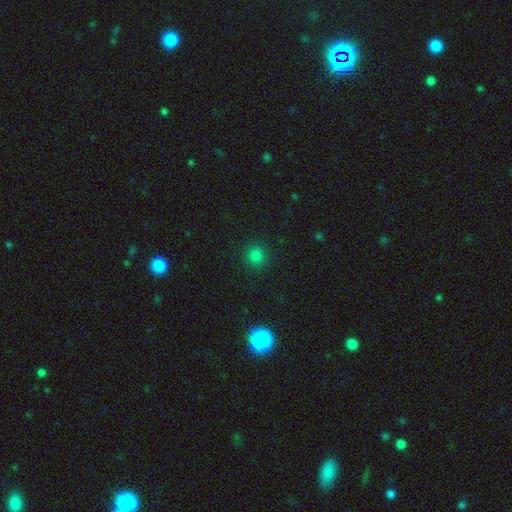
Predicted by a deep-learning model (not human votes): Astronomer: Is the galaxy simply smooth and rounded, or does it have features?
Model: smooth — 82%.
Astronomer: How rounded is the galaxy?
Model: round — 92%.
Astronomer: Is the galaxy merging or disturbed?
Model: none — 90%.